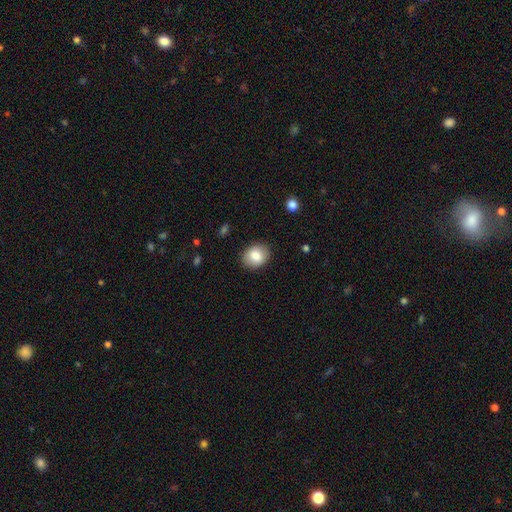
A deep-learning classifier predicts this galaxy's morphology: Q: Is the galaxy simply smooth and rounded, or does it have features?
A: smooth — 82%.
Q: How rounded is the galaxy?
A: in between — 52%.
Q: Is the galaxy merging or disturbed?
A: none — 88%.